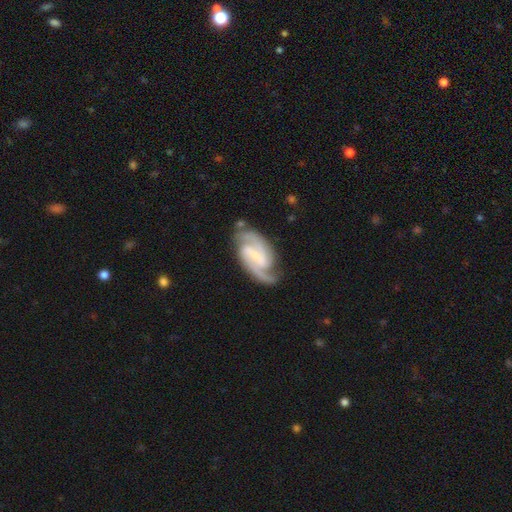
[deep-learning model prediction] This is clearly a featured or disk galaxy (91%). It is clearly not viewed edge-on (97%). Bar: possibly weak (45%). Spiral arm pattern: clearly yes (98%). Spiral arm count: clearly 2 (89%). Spiral winding: possibly medium (56%). Central bulge: likely small (62%). Merging: likely none (79%).